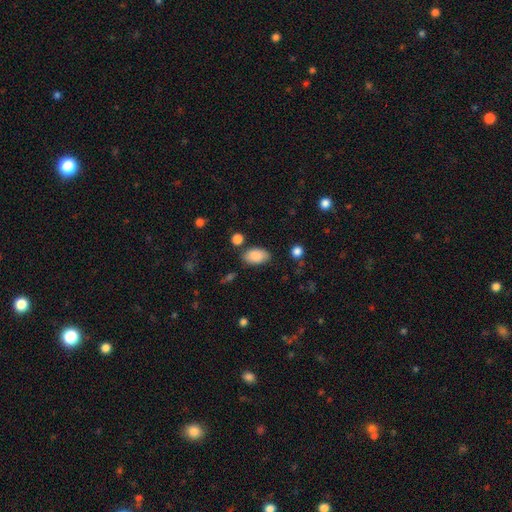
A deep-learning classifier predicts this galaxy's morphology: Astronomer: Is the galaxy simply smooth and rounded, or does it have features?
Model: smooth — 88%.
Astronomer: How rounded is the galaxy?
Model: in between — 92%.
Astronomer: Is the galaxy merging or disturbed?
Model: none — 76%.